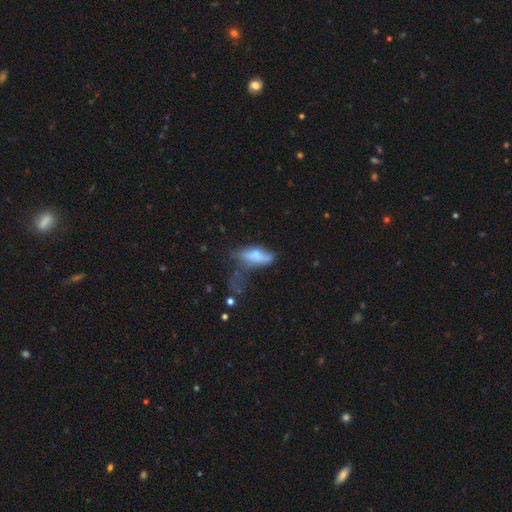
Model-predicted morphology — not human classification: smooth-or-featured: smooth: 59% | featured or disk: 32% | star or artifact: 9%
  how-rounded: in between: 70% | cigar-shaped: 27% | round: 3%
  merging: major disturbance: 39% | minor disturbance: 25% | none: 23% | merger: 13%